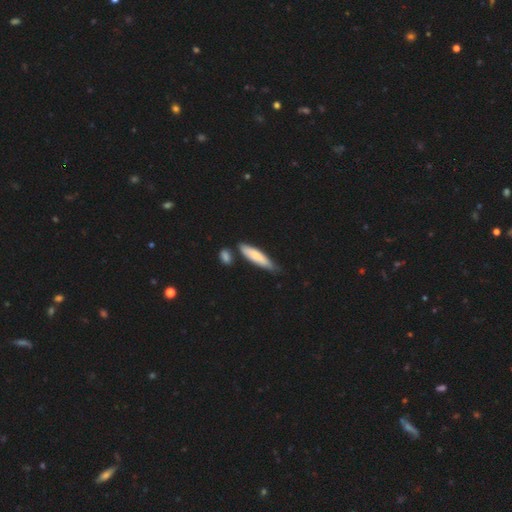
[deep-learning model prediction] Smooth or featured? Predicted: smooth (p=0.73). How rounded? Predicted: cigar-shaped (p=0.74). Merging? Predicted: none (p=0.66).